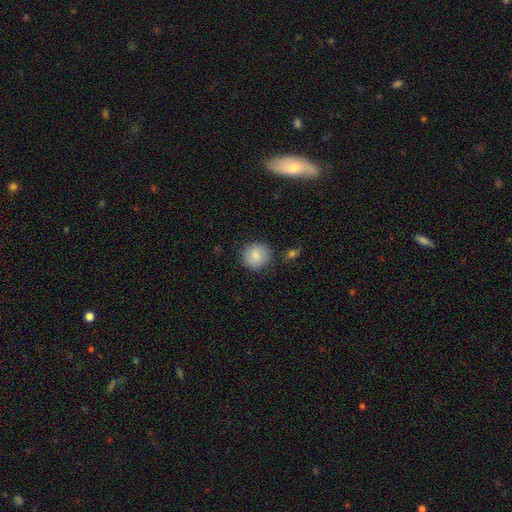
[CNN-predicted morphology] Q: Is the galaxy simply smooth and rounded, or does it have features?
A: smooth — 84%.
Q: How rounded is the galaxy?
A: round — 91%.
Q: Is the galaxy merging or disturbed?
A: none — 86%.